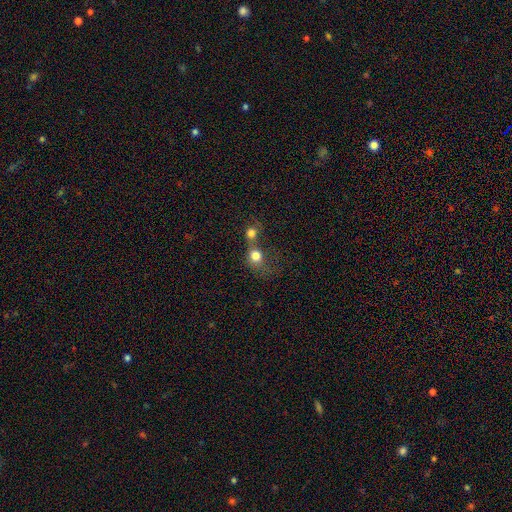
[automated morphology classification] Overall: smooth (78%). How rounded: round (78%). Merging: merger (59%; none 26%).